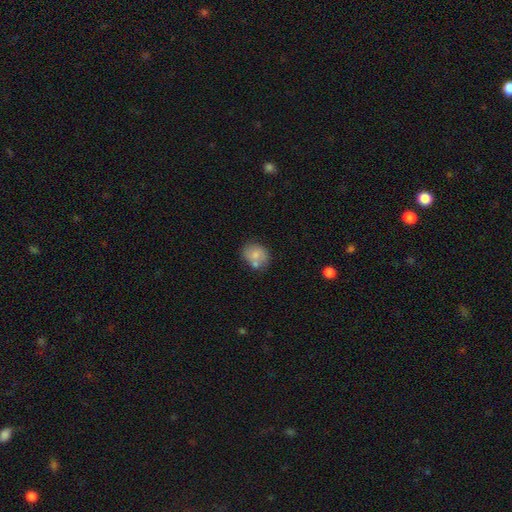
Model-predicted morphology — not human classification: type=smooth (72%); roundness=round (60%); merging=none (57%).